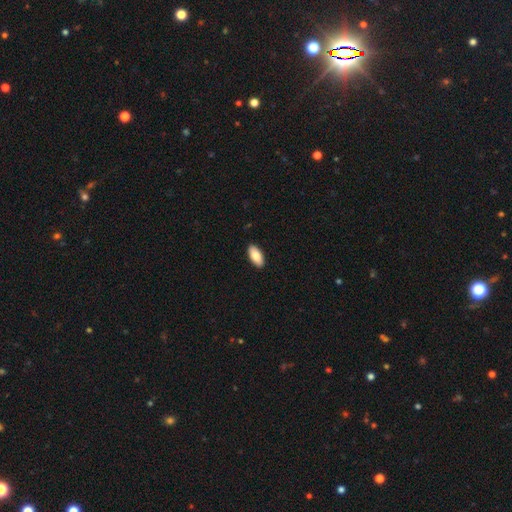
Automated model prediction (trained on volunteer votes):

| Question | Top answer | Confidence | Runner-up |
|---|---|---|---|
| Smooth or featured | smooth | 85% | featured or disk (9%) |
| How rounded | in between | 92% | cigar-shaped (6%) |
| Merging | none | 91% | minor disturbance (7%) |